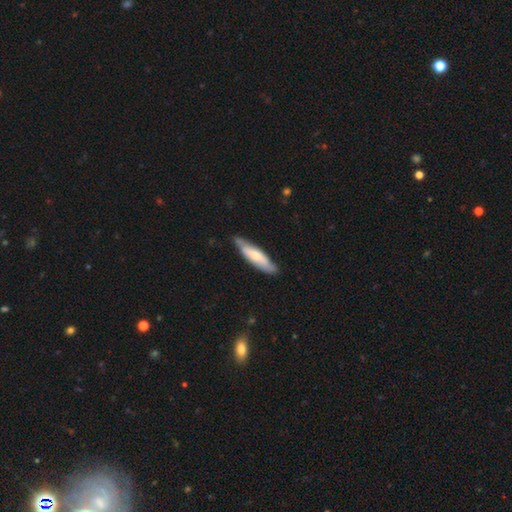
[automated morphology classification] Q: Smooth or featured?
A: smooth (53%); runner-up: featured or disk (42%)
Q: How rounded?
A: cigar-shaped (68%); runner-up: in between (30%)
Q: Merging?
A: none (74%); runner-up: minor disturbance (21%)